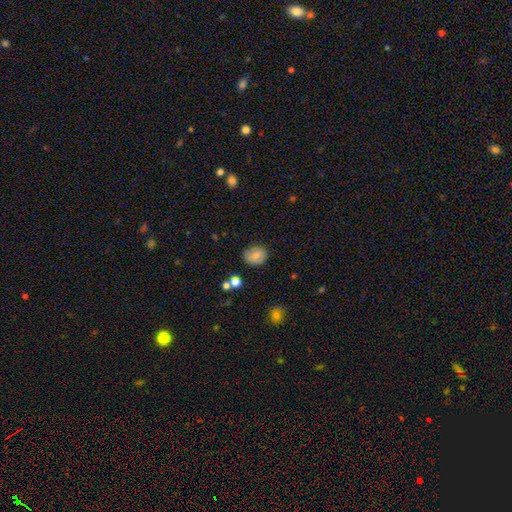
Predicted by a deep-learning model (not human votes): Smooth or featured: smooth — 77% (featured or disk — 13%)
How rounded: round — 55% (in between — 44%)
Merging: none — 79% (minor disturbance — 15%)